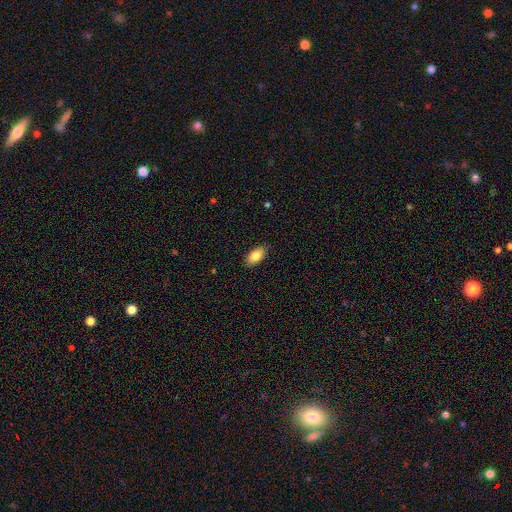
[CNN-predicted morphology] Smooth or featured?
  - smooth: 85% *
  - featured or disk: 8%
  - star or artifact: 7%
How rounded?
  - in between: 92% *
  - cigar-shaped: 5%
  - round: 3%
Merging?
  - none: 87% *
  - minor disturbance: 10%
  - major disturbance: 2%
  - merger: 1%